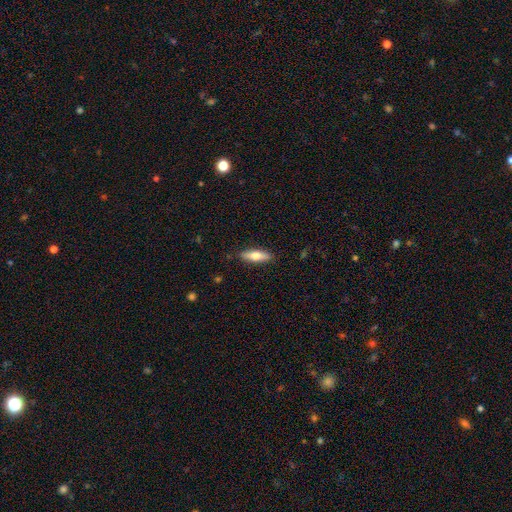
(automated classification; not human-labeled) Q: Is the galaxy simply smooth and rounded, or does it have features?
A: smooth — 58%.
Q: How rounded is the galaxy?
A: cigar-shaped — 55%.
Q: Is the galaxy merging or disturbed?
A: none — 87%.